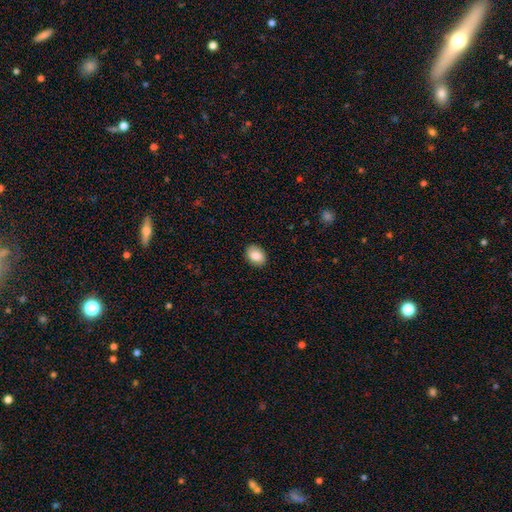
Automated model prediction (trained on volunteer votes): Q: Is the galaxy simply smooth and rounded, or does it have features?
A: smooth — 86%.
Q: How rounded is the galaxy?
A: in between — 69%.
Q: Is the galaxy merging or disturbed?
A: none — 89%.